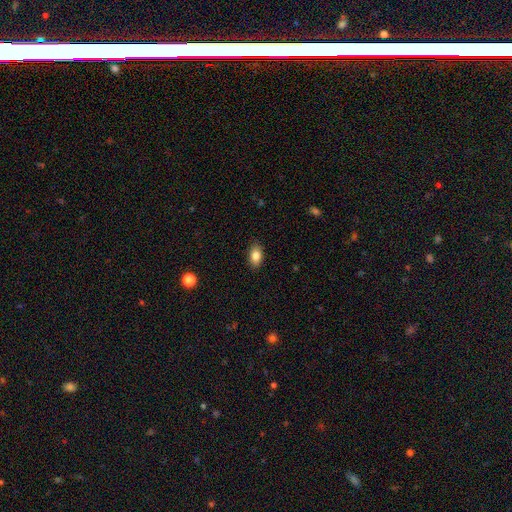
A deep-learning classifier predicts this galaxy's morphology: Q: Smooth or featured?
A: smooth (84%); runner-up: star or artifact (8%)
Q: How rounded?
A: in between (89%); runner-up: round (9%)
Q: Merging?
A: none (87%); runner-up: minor disturbance (9%)